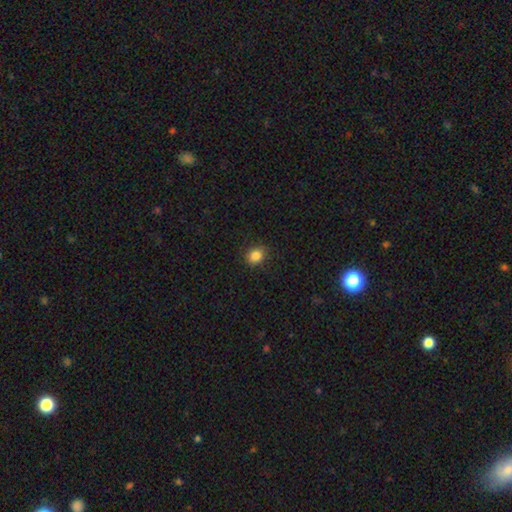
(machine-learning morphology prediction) Smooth or featured: smooth — 85% (star or artifact — 11%)
How rounded: round — 67% (in between — 32%)
Merging: none — 88% (minor disturbance — 9%)